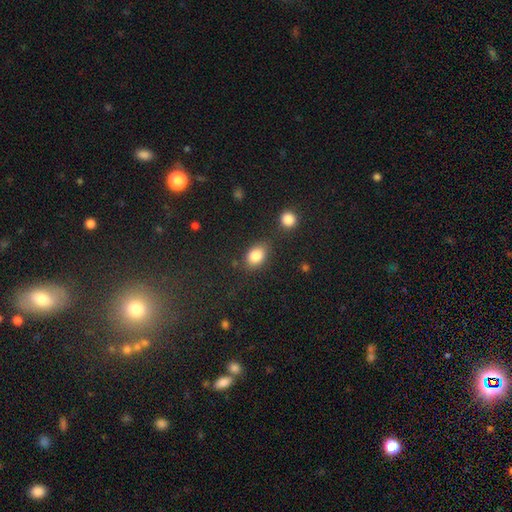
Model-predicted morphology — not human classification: smooth_or_featured: smooth (p=0.84) [alt: star or artifact p=0.09]
how_rounded: in between (p=0.77) [alt: round p=0.21]
merging: none (p=0.74) [alt: minor disturbance p=0.16]